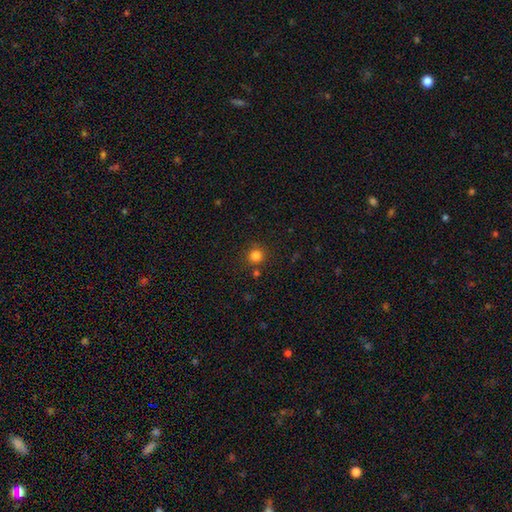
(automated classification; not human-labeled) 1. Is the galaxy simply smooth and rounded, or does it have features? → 82% smooth, 13% star or artifact, 5% featured or disk.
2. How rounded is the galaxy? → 93% round, 6% in between, 1% cigar-shaped.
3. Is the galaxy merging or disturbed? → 83% none, 8% minor disturbance, 6% merger, 3% major disturbance.